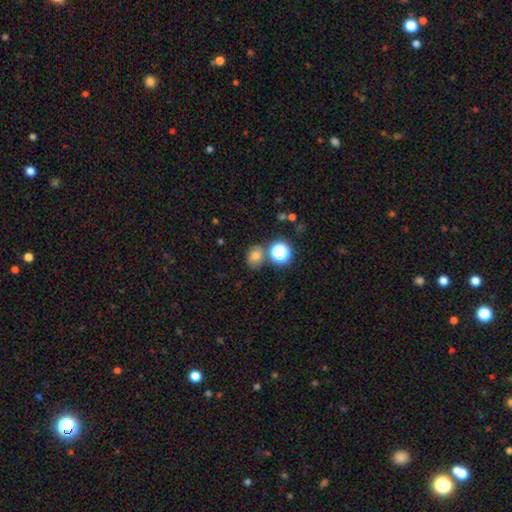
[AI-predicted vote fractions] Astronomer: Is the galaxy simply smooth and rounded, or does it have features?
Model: smooth — 71%.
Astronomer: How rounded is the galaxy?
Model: round — 63%.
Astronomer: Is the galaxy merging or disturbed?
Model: none — 72%.